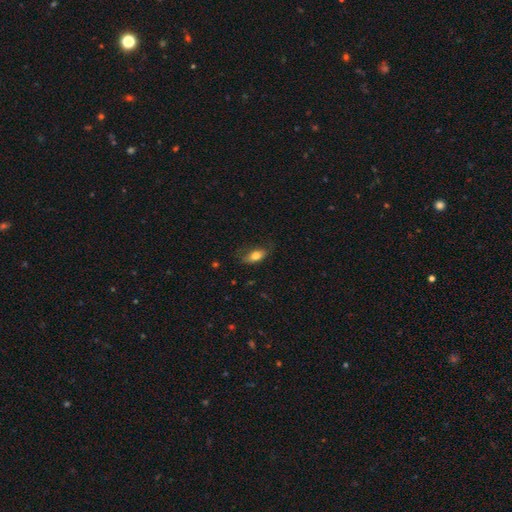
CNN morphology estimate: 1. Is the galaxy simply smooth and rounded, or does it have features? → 76% smooth, 16% featured or disk, 7% star or artifact.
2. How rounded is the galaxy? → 83% in between, 11% cigar-shaped, 6% round.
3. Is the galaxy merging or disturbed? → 64% none, 25% minor disturbance, 9% major disturbance, 1% merger.